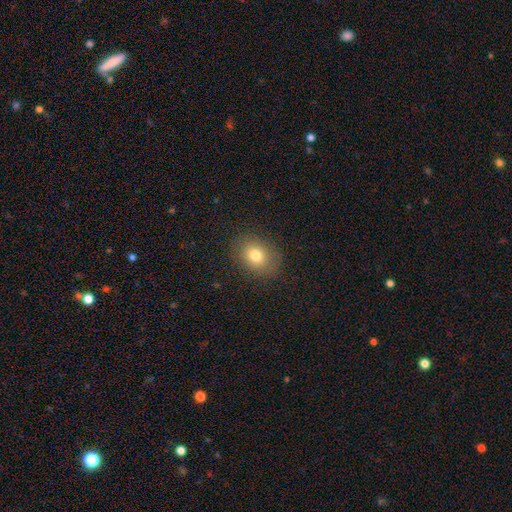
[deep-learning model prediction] This appears to be a smooth galaxy with no disk features (77%) that is in between round and cigar-shaped (57%). Merging: none (85%).